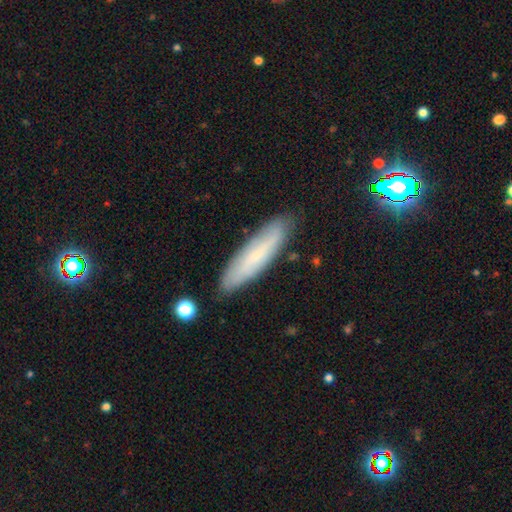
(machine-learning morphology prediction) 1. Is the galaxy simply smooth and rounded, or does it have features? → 56% smooth, 37% featured or disk, 7% star or artifact.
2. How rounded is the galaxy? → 74% cigar-shaped, 24% in between, 1% round.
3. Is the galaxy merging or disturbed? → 84% none, 12% minor disturbance, 2% major disturbance, 2% merger.